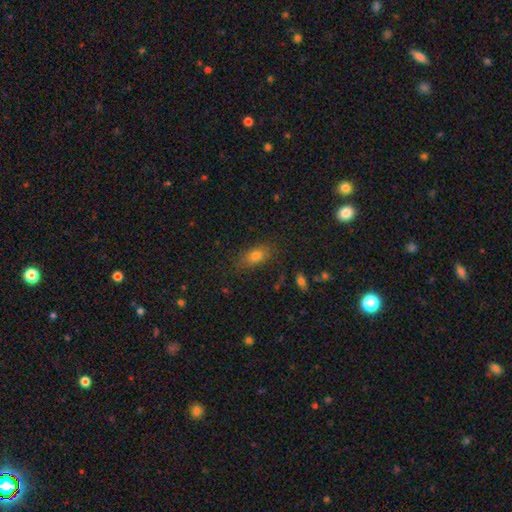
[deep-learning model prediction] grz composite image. It shows a smooth galaxy with no disk features (73%) that is in between round and cigar-shaped (79%). Merging: none (80%).